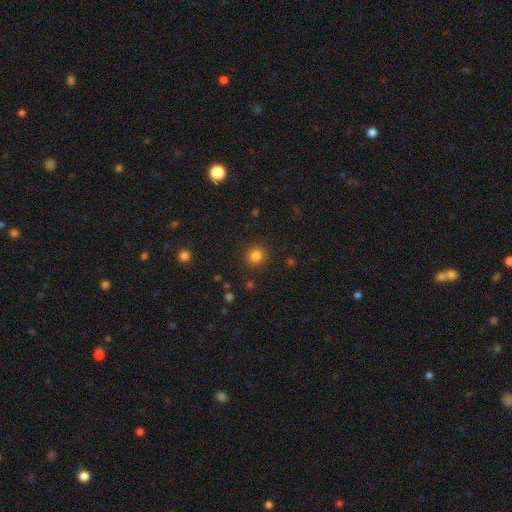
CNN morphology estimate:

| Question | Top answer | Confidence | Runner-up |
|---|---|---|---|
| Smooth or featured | smooth | 83% | star or artifact (13%) |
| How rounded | round | 90% | in between (9%) |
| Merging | none | 89% | minor disturbance (7%) |